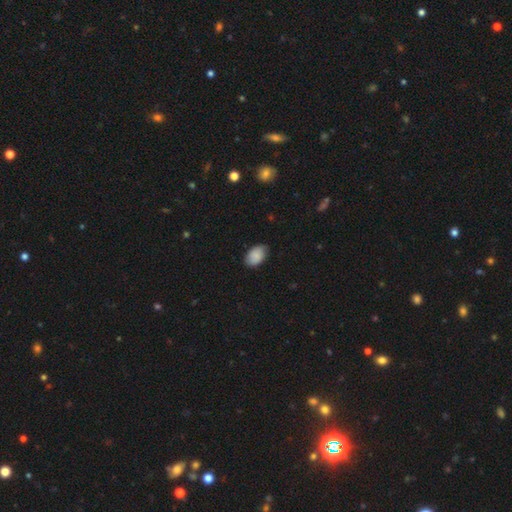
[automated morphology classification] A smooth galaxy with no disk features (86%) that is in between round and cigar-shaped (89%). Merging: none (80%).